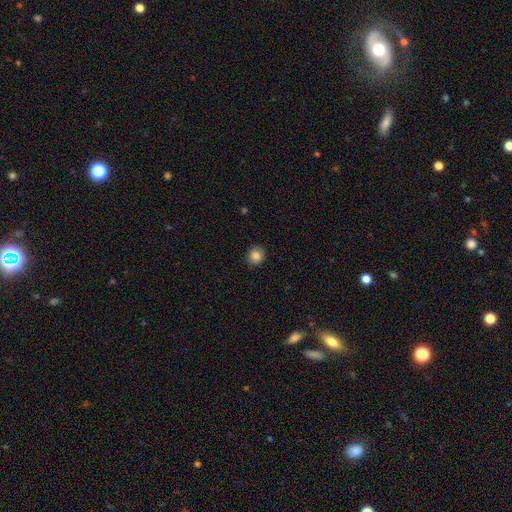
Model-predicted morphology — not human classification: This appears to be a smooth galaxy with no disk features (83%) that is round (81%). Merging: none (88%).